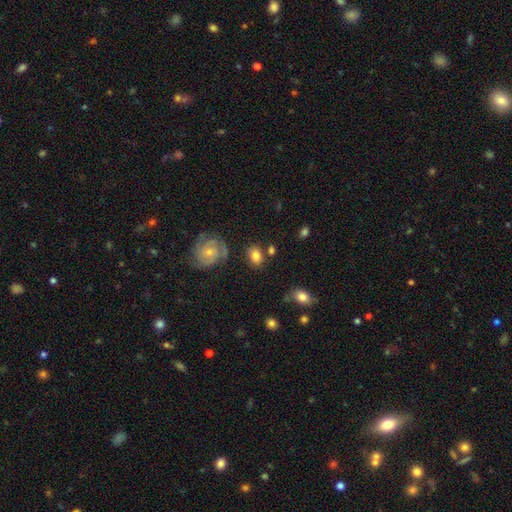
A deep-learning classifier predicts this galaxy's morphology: smooth_or_featured: smooth (p=0.71) [alt: featured or disk p=0.21]
how_rounded: in between (p=0.73) [alt: round p=0.26]
merging: none (p=0.74) [alt: minor disturbance p=0.14]